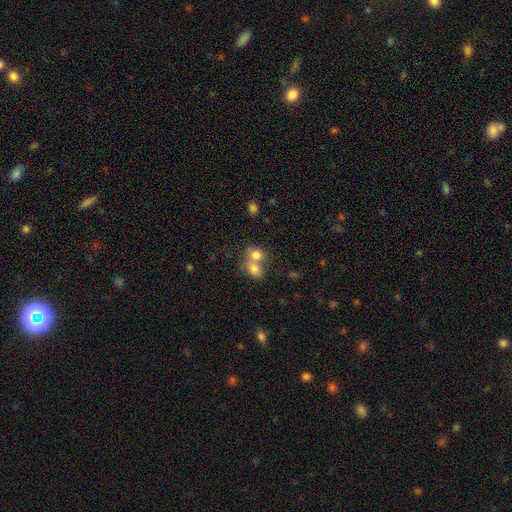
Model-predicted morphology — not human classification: This is likely a smooth galaxy (77%). How rounded: possibly round (51%). Merging: likely merger (66%).